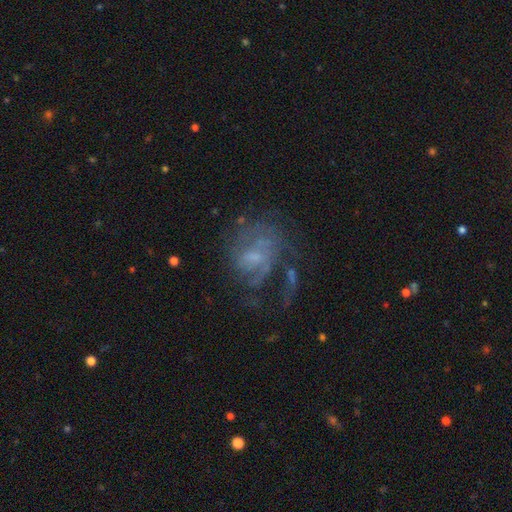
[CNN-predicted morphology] Q: Smooth or featured?
A: featured or disk (72%); runner-up: smooth (17%)
Q: Edge-on disk?
A: no (97%); runner-up: yes (3%)
Q: Bar?
A: no (54%); runner-up: weak (40%)
Q: Spiral arms?
A: yes (73%); runner-up: no (27%)
Q: Spiral winding?
A: medium (40%); runner-up: tight (31%)
Q: Spiral arm count?
A: can't tell (41%); runner-up: 2 (22%)
Q: Bulge size?
A: small (48%); runner-up: moderate (27%)
Q: Merging?
A: none (39%); runner-up: major disturbance (36%)